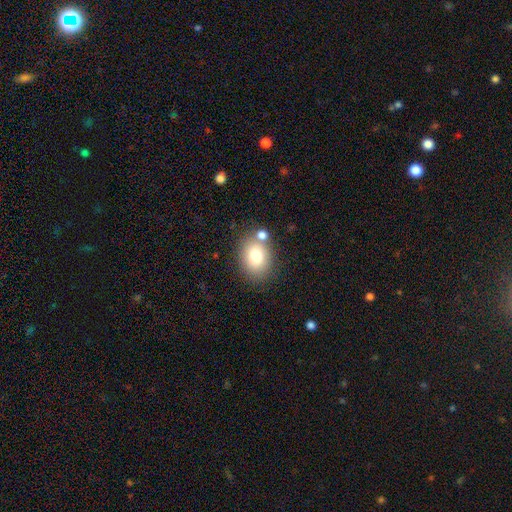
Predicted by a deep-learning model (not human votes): Morphology: type=smooth (79%); roundness=in between (63%); merging=none (68%).